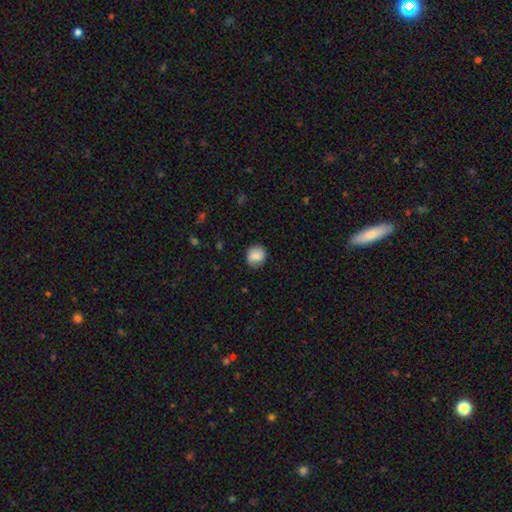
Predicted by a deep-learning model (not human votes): smooth_or_featured: smooth (p=0.81) [alt: featured or disk p=0.11]
how_rounded: round (p=0.82) [alt: in between p=0.18]
merging: none (p=0.80) [alt: minor disturbance p=0.15]